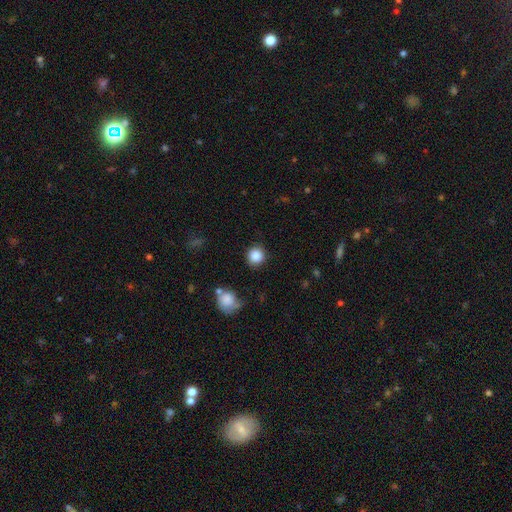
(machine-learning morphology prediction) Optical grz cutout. It shows a smooth galaxy with no disk features (87%) that is round (93%). Merging: none (86%).